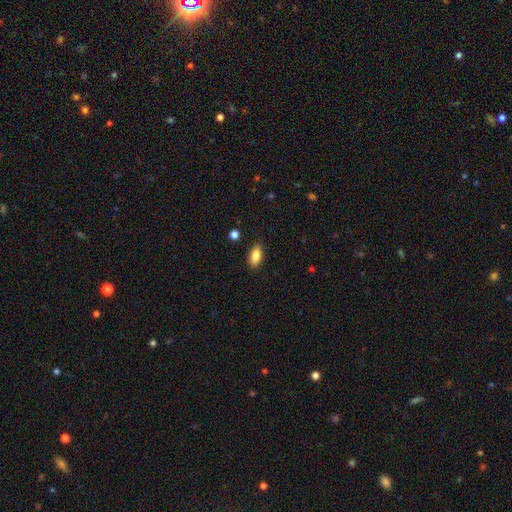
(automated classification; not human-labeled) Smooth or featured? Predicted: smooth (p=0.83). How rounded? Predicted: in between (p=0.88). Merging? Predicted: none (p=0.85).